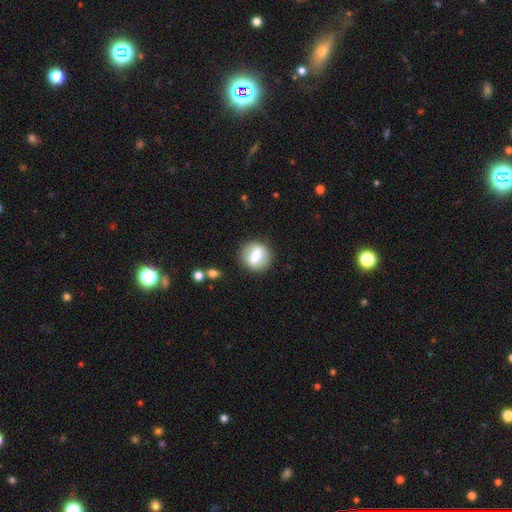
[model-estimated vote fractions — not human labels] A smooth galaxy with no disk features (58%) that is round (72%). Merging: none (86%).